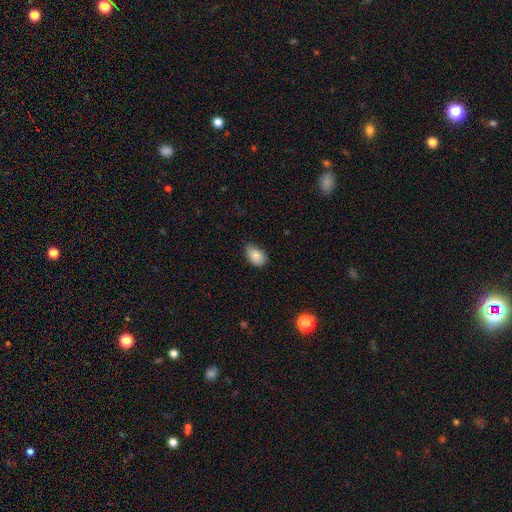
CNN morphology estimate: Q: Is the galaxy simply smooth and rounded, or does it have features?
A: smooth — 86%.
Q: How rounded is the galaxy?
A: in between — 88%.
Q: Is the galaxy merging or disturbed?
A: none — 56%.